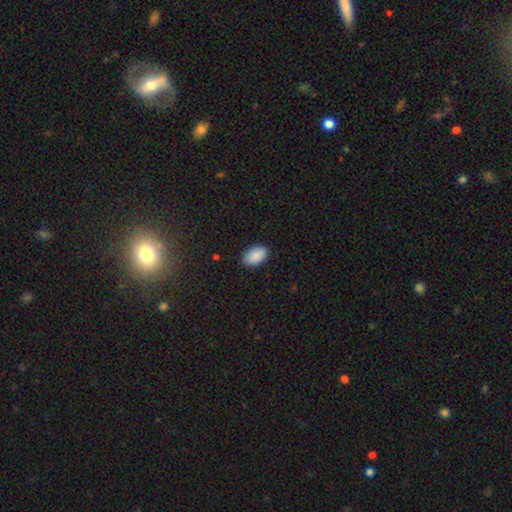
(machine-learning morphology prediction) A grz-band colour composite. It shows a smooth galaxy with no disk features (90%) that is in between round and cigar-shaped (93%). Merging: none (87%).